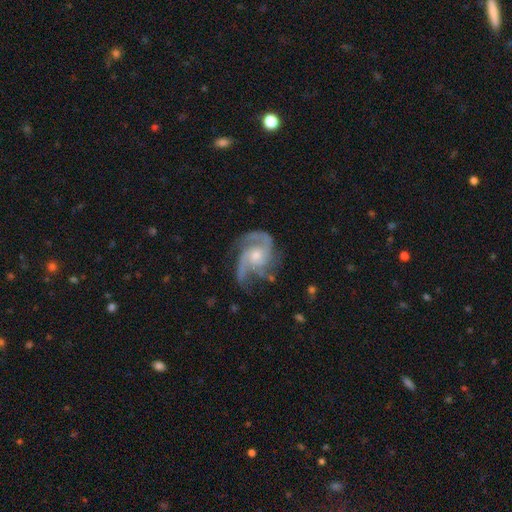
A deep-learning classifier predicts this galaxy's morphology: The model was most divided on "bulge size": moderate: 49%, small: 45%, none: 3%, large: 3%, dominant: 1%. More confident: edge-on disk — no (98%); spiral arms — yes (98%); smooth or featured — featured or disk (90%); bar — no (71%); merging — none (64%); spiral winding — medium (55%); spiral arm count — 3 (54%).